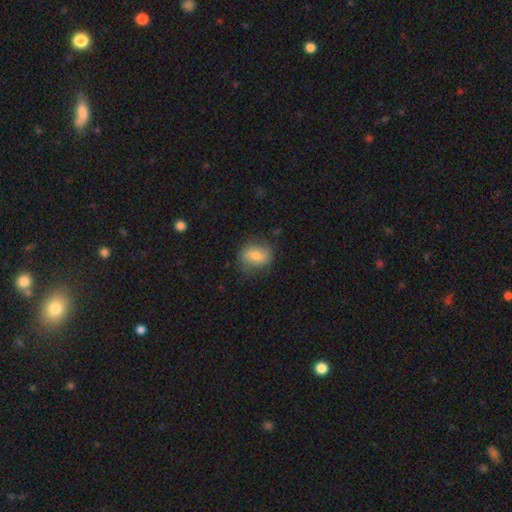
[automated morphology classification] Smooth or featured?
  - smooth: 64% *
  - featured or disk: 28%
  - star or artifact: 9%
How rounded?
  - in between: 51% *
  - round: 48%
  - cigar-shaped: 2%
Merging?
  - none: 74% *
  - minor disturbance: 19%
  - major disturbance: 6%
  - merger: 1%